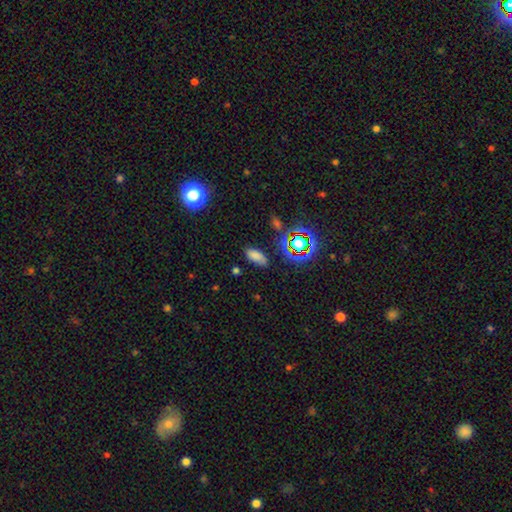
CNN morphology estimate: smooth-or-featured: smooth: 72% | star or artifact: 21% | featured or disk: 8%
  how-rounded: in between: 86% | cigar-shaped: 9% | round: 5%
  merging: none: 74% | minor disturbance: 17% | major disturbance: 5% | merger: 3%